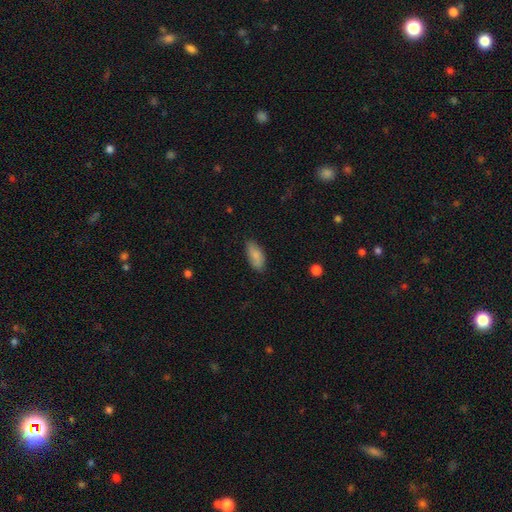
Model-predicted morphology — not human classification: Smooth or featured?
  - smooth: 82% *
  - featured or disk: 12%
  - star or artifact: 6%
How rounded?
  - in between: 87% *
  - cigar-shaped: 11%
  - round: 2%
Merging?
  - none: 79% *
  - minor disturbance: 16%
  - major disturbance: 3%
  - merger: 1%